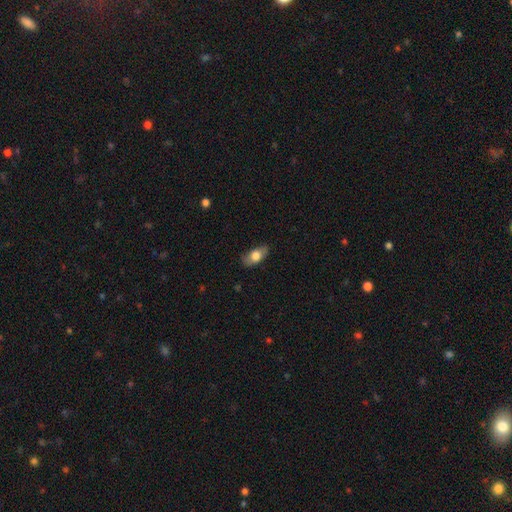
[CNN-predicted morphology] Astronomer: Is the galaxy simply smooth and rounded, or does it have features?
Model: smooth — 73%.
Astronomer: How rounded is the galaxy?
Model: in between — 88%.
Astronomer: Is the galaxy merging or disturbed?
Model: none — 80%.